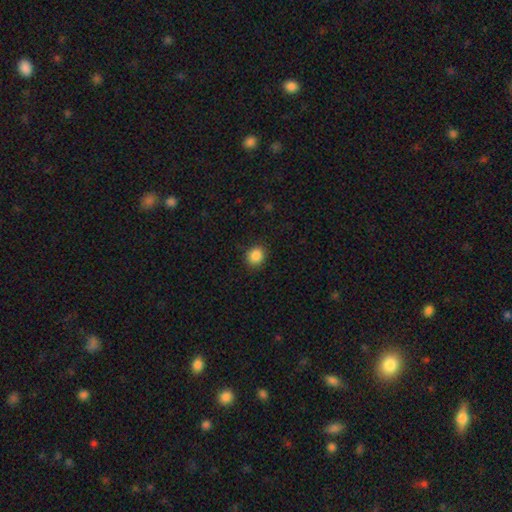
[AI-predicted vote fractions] Smooth or featured? smooth (87%)
How rounded? round (78%)
Merging? none (89%)